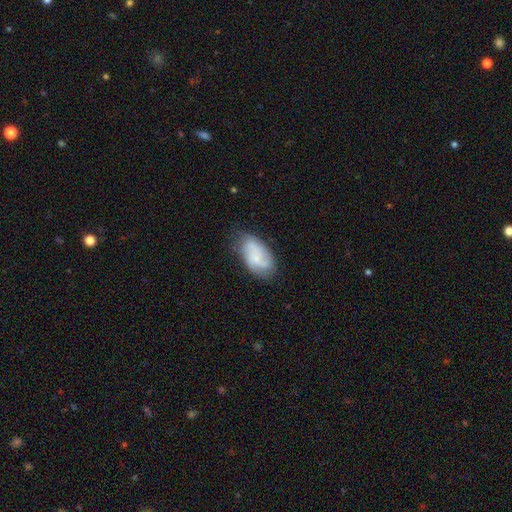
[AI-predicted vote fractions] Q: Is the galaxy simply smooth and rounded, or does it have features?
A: featured or disk — 57%.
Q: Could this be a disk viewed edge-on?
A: no — 96%.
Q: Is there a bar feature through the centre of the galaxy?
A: no — 67%.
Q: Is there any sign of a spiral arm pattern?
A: yes — 88%.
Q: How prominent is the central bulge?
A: small — 64%.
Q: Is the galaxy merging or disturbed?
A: none — 66%.